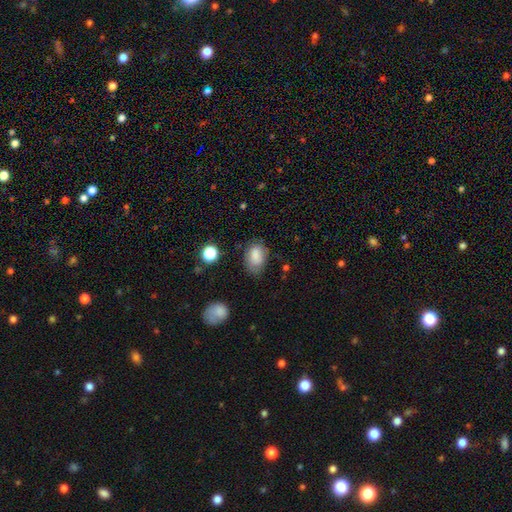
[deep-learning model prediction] Overall: smooth (82%). How rounded: in between (87%). Merging: none (64%; minor disturbance 26%).